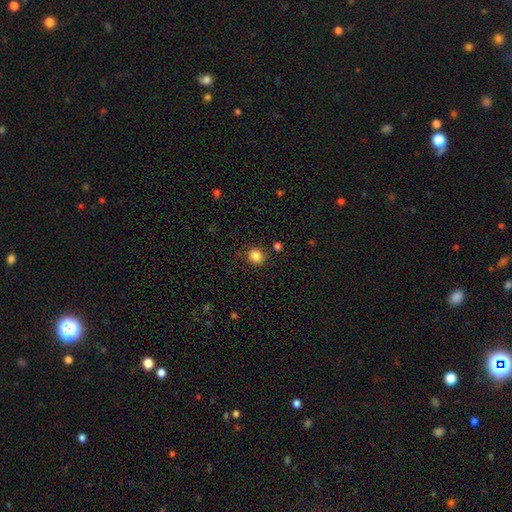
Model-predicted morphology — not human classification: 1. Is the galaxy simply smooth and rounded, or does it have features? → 85% smooth, 11% star or artifact, 4% featured or disk.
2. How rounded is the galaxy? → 74% round, 25% in between, 1% cigar-shaped.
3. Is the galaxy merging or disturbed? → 86% none, 8% minor disturbance, 3% merger, 3% major disturbance.